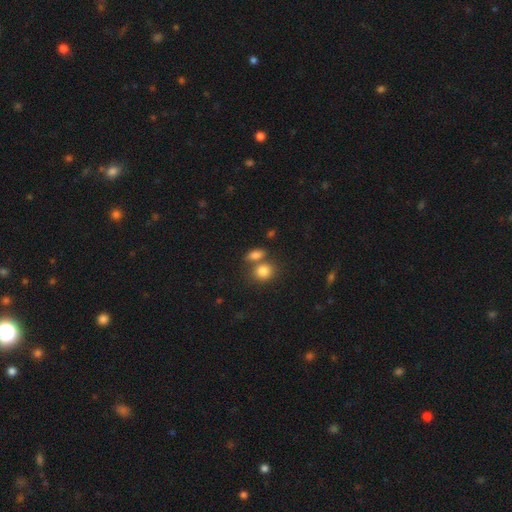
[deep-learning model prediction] Overall: smooth (80%). How rounded: in between (70%). Merging: none (51%; merger 34%).